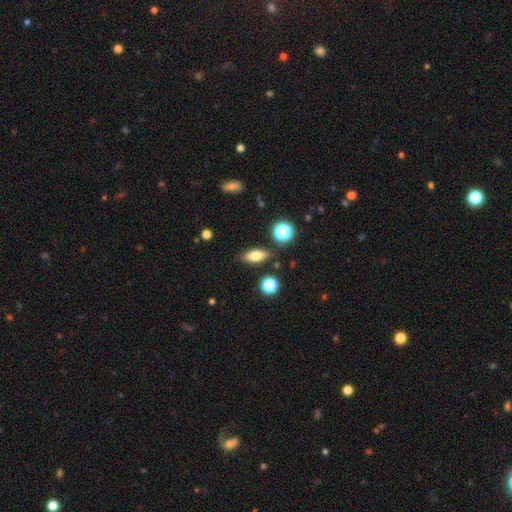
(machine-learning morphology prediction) Smooth or featured? Predicted: smooth (p=0.72). How rounded? Predicted: in between (p=0.71). Merging? Predicted: none (p=0.85).